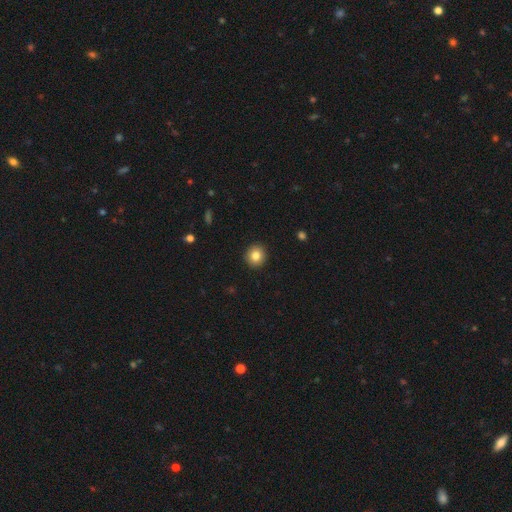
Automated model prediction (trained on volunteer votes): This is clearly a smooth galaxy (83%). How rounded: clearly round (89%). Merging: clearly none (93%).